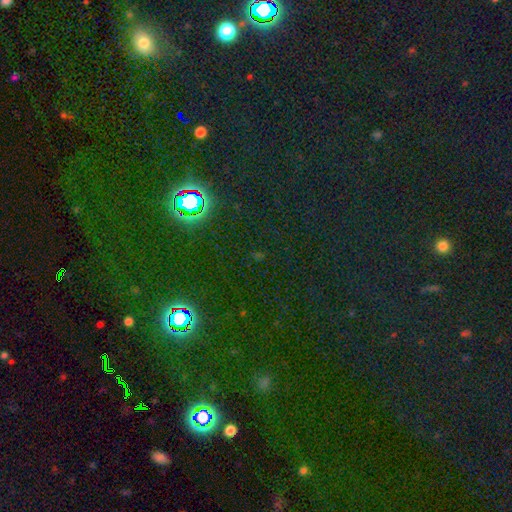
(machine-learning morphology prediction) star or artifact 74%, smooth 18%, featured or disk 8%.